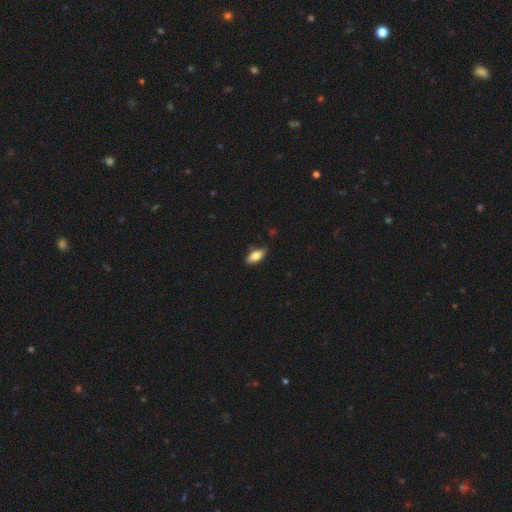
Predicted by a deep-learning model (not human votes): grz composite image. It shows a smooth galaxy with no disk features (76%) that is in between round and cigar-shaped (80%). Merging: none (81%).